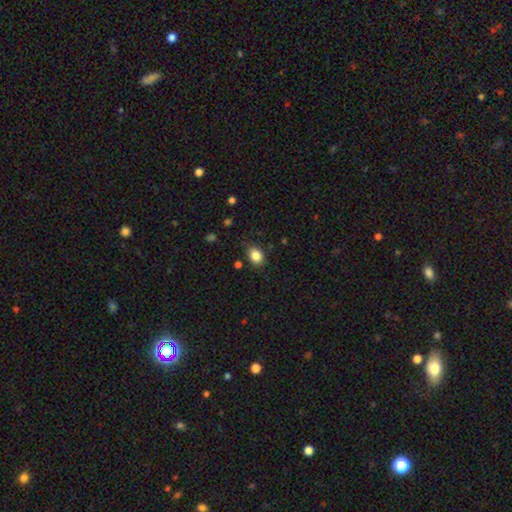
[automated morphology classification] A smooth galaxy with no disk features (85%) that is in between round and cigar-shaped (58%). Merging: none (81%).